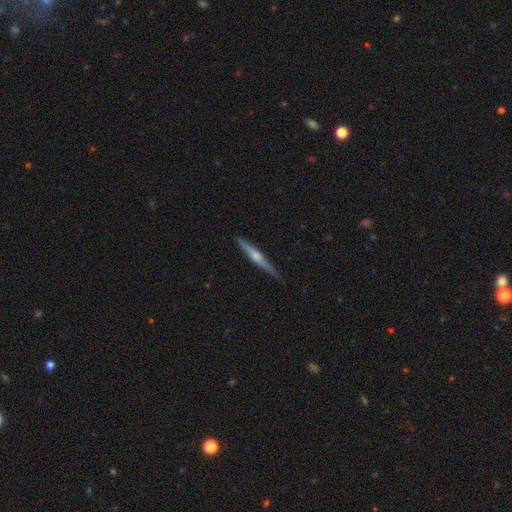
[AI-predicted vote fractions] Q: Smooth or featured?
A: featured or disk (73%); runner-up: smooth (22%)
Q: Edge-on disk?
A: yes (98%); runner-up: no (2%)
Q: Edge-on bulge?
A: rounded (76%); runner-up: boxy (13%)
Q: Merging?
A: none (89%); runner-up: minor disturbance (9%)